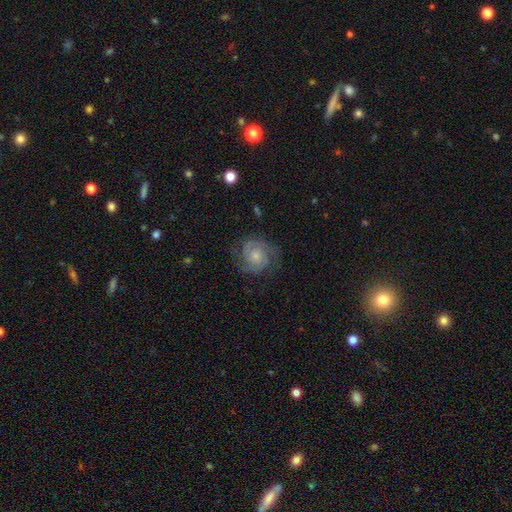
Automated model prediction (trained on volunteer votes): smooth_or_featured: featured or disk (p=0.77) [alt: smooth p=0.16]
disk_edge_on: no (p=0.98) [alt: yes p=0.02]
bar: no (p=0.73) [alt: weak p=0.23]
has_spiral_arms: yes (p=0.95) [alt: no p=0.05]
spiral_winding: tight (p=0.54) [alt: medium p=0.36]
spiral_arm_count: 2 (p=0.74) [alt: can't tell p=0.11]
bulge_size: small (p=0.51) [alt: moderate p=0.35]
merging: none (p=0.73) [alt: minor disturbance p=0.17]